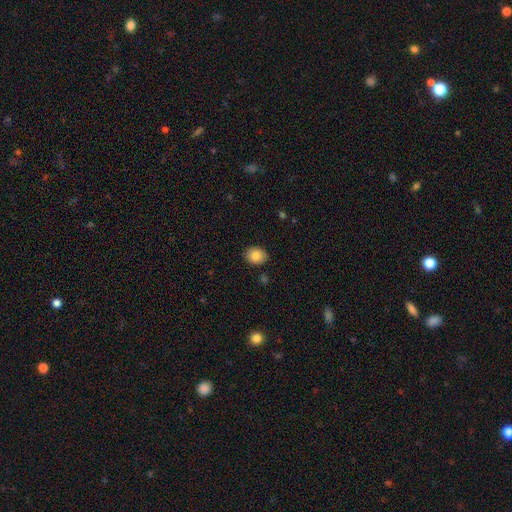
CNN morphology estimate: A smooth galaxy with no disk features (84%) that is in between round and cigar-shaped (50%).

Vote fractions:
- Smooth or featured? smooth: 84% / star or artifact: 8% / featured or disk: 8%
- How rounded? in between: 50% / round: 49% / cigar-shaped: 1%
- Merging? none: 86% / minor disturbance: 10% / major disturbance: 2% / merger: 1%